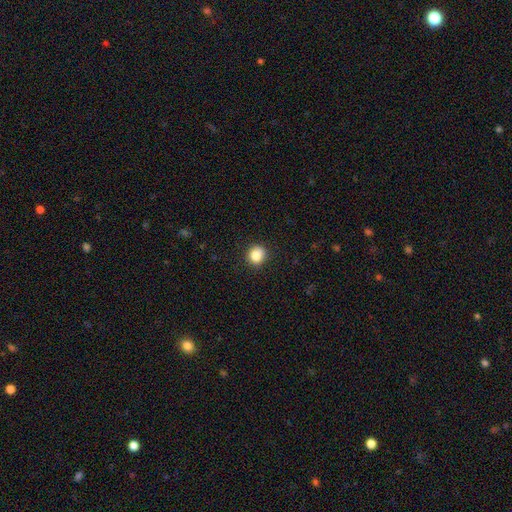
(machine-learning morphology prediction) Q: Smooth or featured?
A: smooth (84%); runner-up: star or artifact (11%)
Q: How rounded?
A: round (84%); runner-up: in between (15%)
Q: Merging?
A: none (88%); runner-up: minor disturbance (9%)